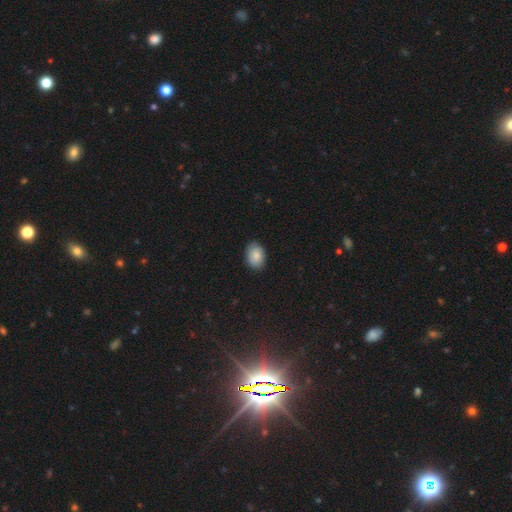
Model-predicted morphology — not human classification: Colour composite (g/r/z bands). It shows a smooth galaxy with no disk features (85%) that is in between round and cigar-shaped (80%). Merging: none (85%).